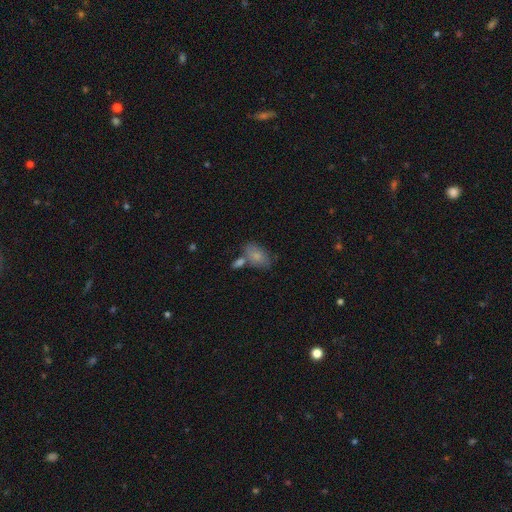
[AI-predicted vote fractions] smooth_or_featured: smooth (p=0.79) [alt: featured or disk p=0.14]
how_rounded: in between (p=0.91) [alt: round p=0.07]
merging: none (p=0.52) [alt: merger p=0.25]